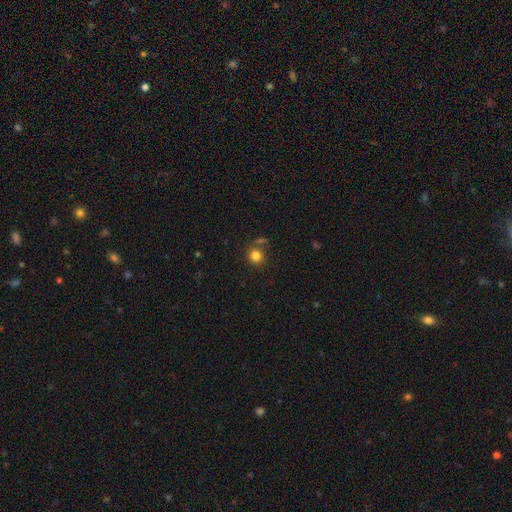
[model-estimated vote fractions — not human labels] Morphology: type=smooth (81%); roundness=round (89%); merging=none (71%).